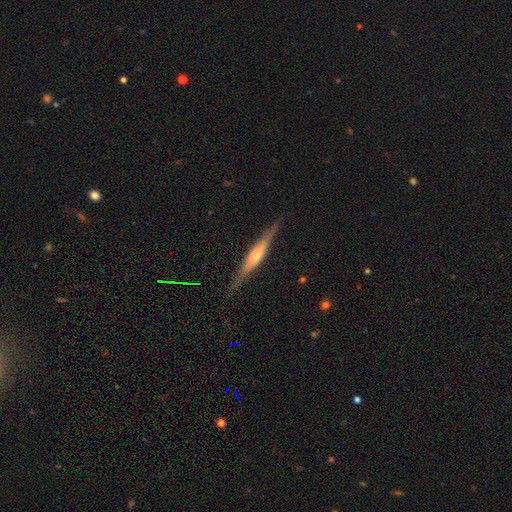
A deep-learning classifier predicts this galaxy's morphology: Smooth or featured?
  - featured or disk: 74% *
  - smooth: 20%
  - star or artifact: 6%
Edge-on disk?
  - yes: 96% *
  - no: 4%
Edge-on bulge?
  - rounded: 77% *
  - boxy: 13%
  - none: 11%
Merging?
  - none: 87% *
  - minor disturbance: 10%
  - major disturbance: 2%
  - merger: 1%